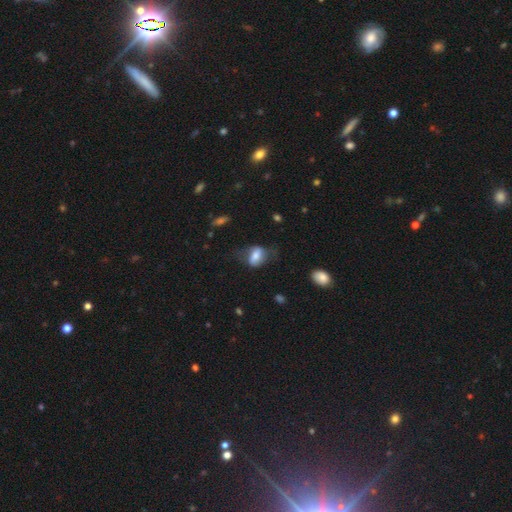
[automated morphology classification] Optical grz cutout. It shows a smooth galaxy with no disk features (59%) that is in between round and cigar-shaped (83%). Merging: none (49%).